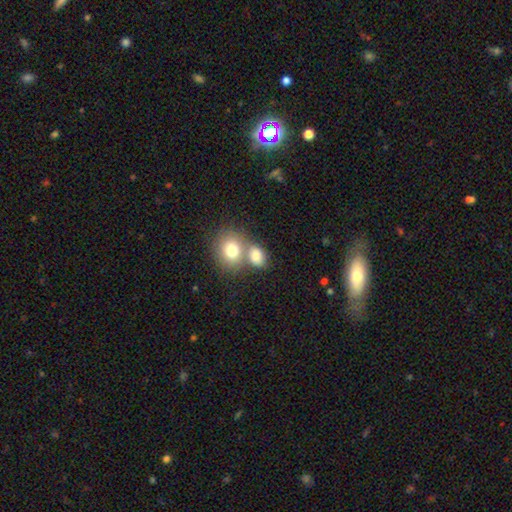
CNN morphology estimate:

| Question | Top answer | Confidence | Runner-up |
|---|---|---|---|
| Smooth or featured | smooth | 80% | featured or disk (11%) |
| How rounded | in between | 60% | round (38%) |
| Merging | merger | 49% | none (37%) |